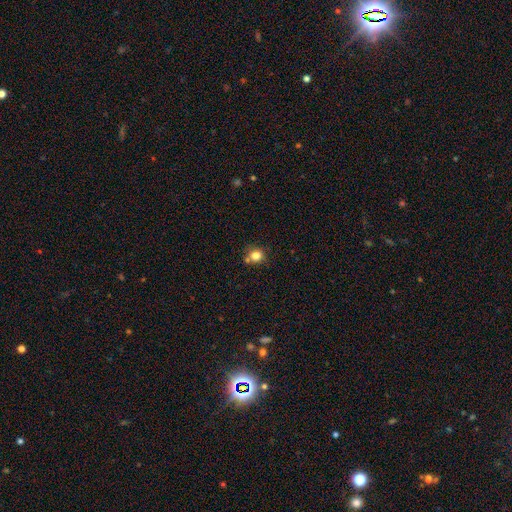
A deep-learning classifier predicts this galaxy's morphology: This is clearly a smooth galaxy (81%). How rounded: clearly round (83%). Merging: likely none (68%).